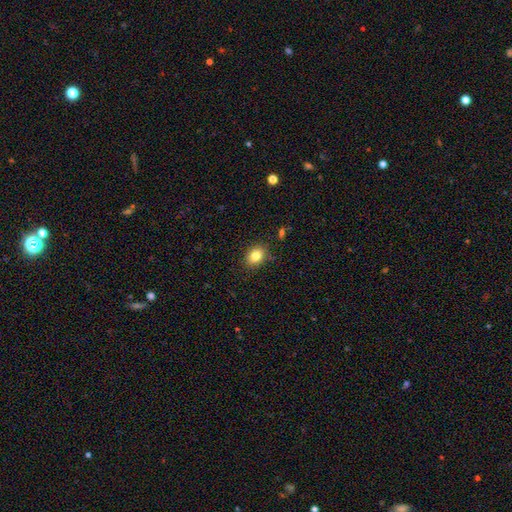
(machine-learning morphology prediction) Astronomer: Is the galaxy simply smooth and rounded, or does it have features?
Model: smooth — 82%.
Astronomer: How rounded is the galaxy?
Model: in between — 54% (runner-up: round, 45%).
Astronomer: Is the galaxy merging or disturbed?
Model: none — 87%.